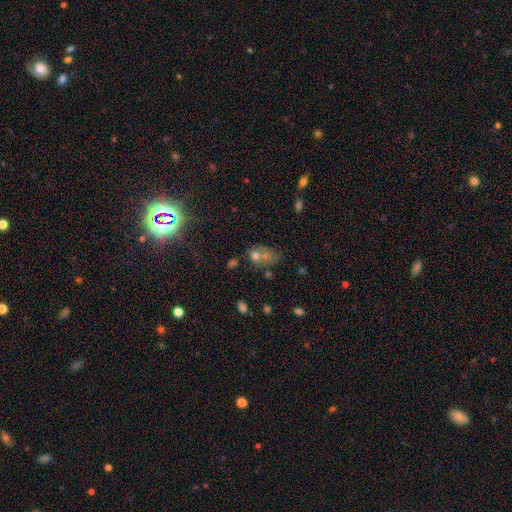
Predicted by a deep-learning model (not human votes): The model was most divided on "merging": merger: 46%, none: 29%, minor disturbance: 14%, major disturbance: 12%. More confident: smooth or featured — smooth (64%); how rounded — in between (58%).